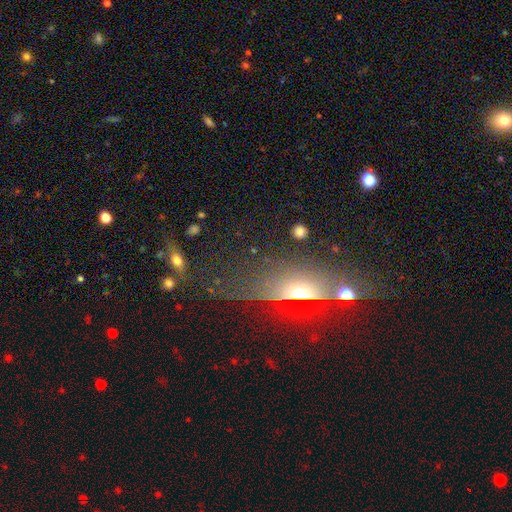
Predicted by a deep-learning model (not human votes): Smooth or featured: featured or disk — 48% (smooth — 26%)
Merging: none — 58% (minor disturbance — 18%)